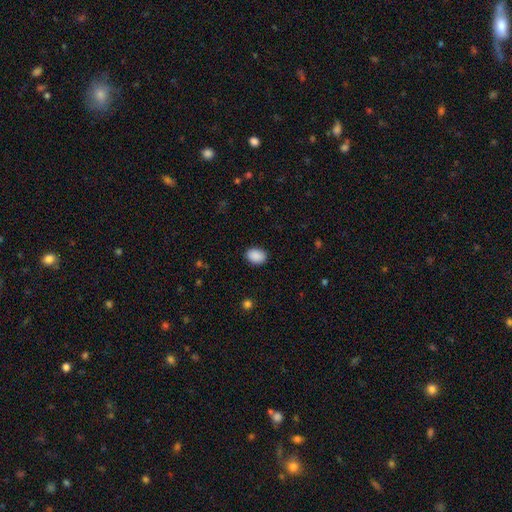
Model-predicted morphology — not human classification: Smooth or featured: smooth — 90% (star or artifact — 7%)
How rounded: in between — 74% (round — 25%)
Merging: none — 88% (minor disturbance — 9%)